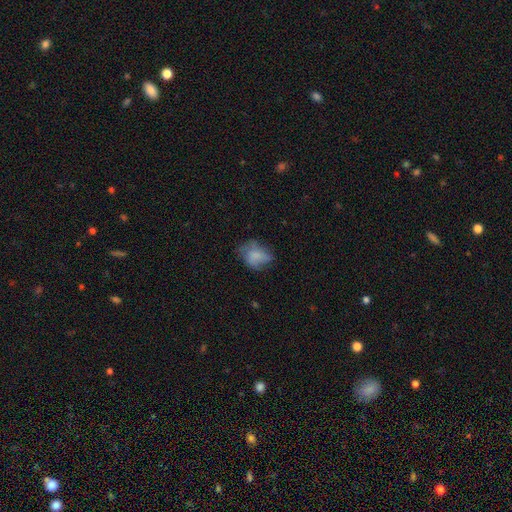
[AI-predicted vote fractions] Overall: smooth (63%; featured or disk 27%). How rounded: in between (63%; round 36%). Merging: none (47%; minor disturbance 30%).